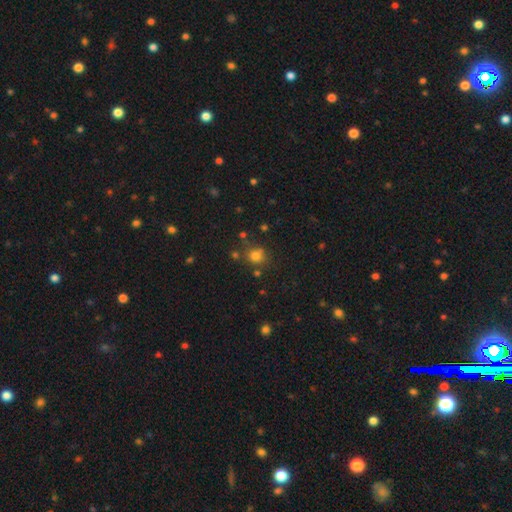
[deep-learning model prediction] The model was most divided on "merging": none: 73%, minor disturbance: 14%, merger: 8%, major disturbance: 5%. More confident: how rounded — round (79%); smooth or featured — smooth (76%).